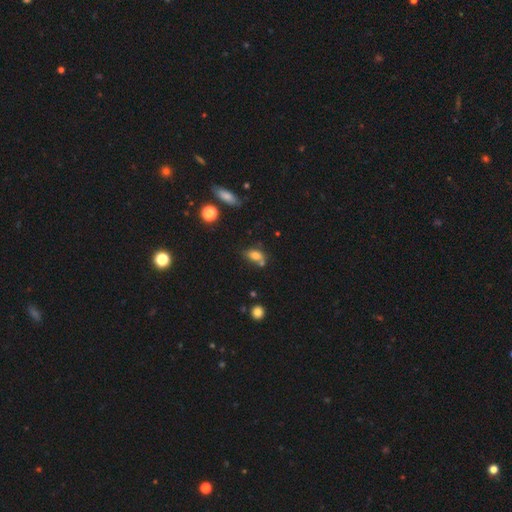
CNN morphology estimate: smooth 76%, featured or disk 12%, star or artifact 12%. Down the decision tree: how rounded — in between (82%); merging — none (48%).